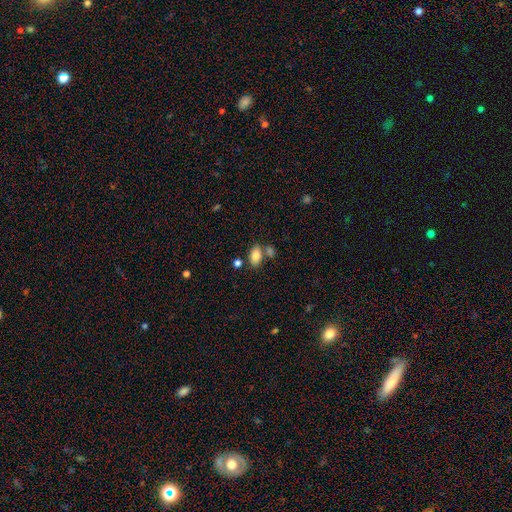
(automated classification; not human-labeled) A smooth galaxy with no disk features (83%) that is in between round and cigar-shaped (91%). Merging: none (64%).